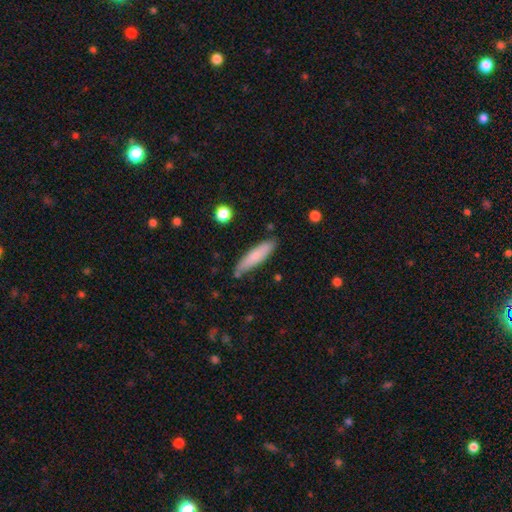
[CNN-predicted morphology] smooth-or-featured: smooth: 77% | featured or disk: 18% | star or artifact: 6%
  how-rounded: cigar-shaped: 81% | in between: 18% | round: 1%
  merging: none: 81% | minor disturbance: 14% | merger: 3% | major disturbance: 2%